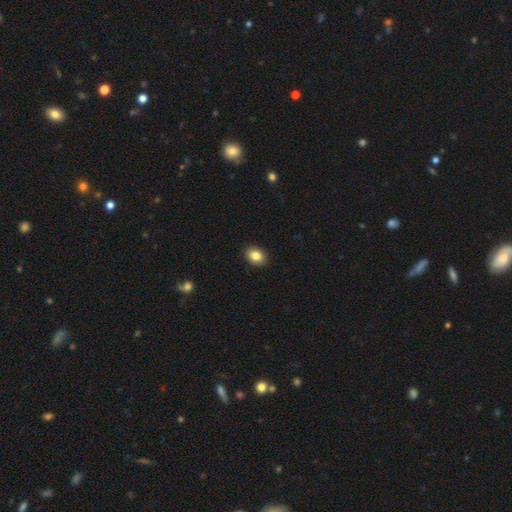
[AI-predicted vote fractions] Morphology: type=smooth (85%); roundness=in between (70%); merging=none (91%).